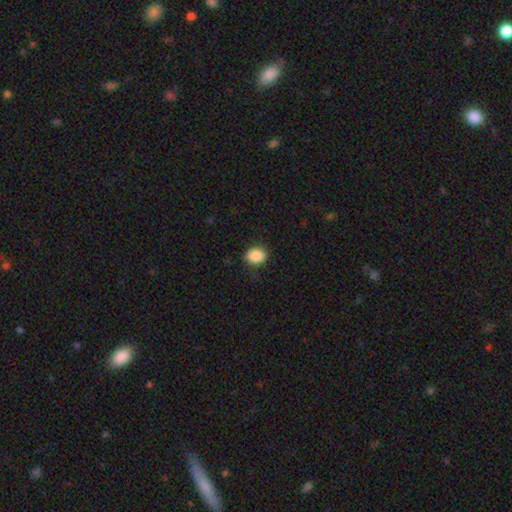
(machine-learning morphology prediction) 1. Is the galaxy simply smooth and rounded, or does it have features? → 88% smooth, 8% star or artifact, 3% featured or disk.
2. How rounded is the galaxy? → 54% round, 45% in between, 1% cigar-shaped.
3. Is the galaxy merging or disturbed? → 85% none, 12% minor disturbance, 3% major disturbance, 1% merger.